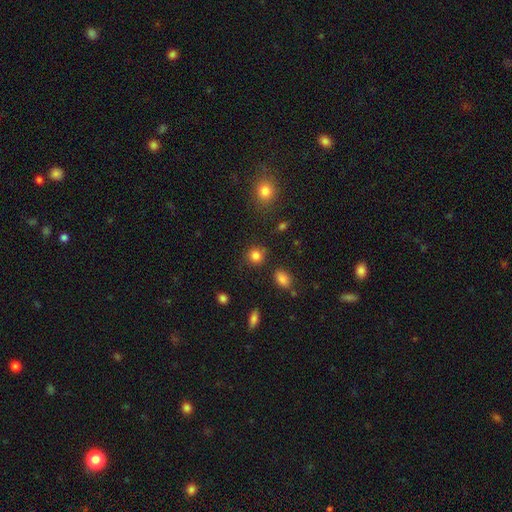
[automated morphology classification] Smooth or featured: smooth — 83% (star or artifact — 12%)
How rounded: round — 86% (in between — 13%)
Merging: none — 82% (minor disturbance — 10%)